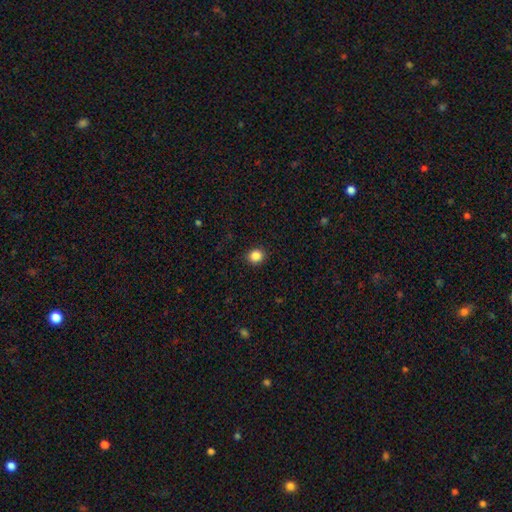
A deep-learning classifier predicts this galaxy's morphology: A smooth galaxy with no disk features (86%) that is round (82%). Merging: none (91%).